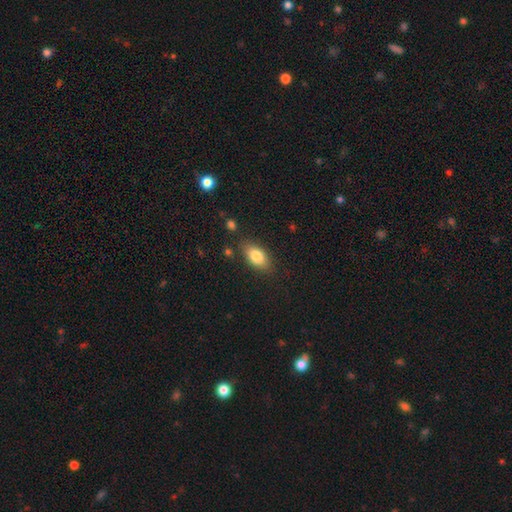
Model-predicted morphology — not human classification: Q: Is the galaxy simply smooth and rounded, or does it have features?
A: smooth — 82%.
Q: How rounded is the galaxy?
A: in between — 89%.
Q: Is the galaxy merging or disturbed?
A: none — 81%.